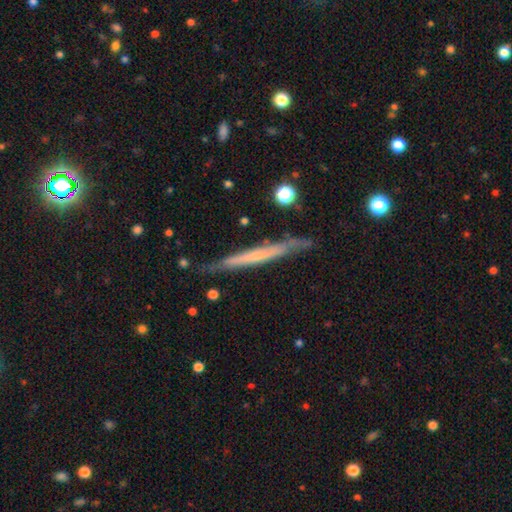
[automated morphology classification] Smooth or featured? featured or disk (59%)
Edge-on disk? yes (94%)
Edge-on bulge? none (77%)
Merging? none (81%)